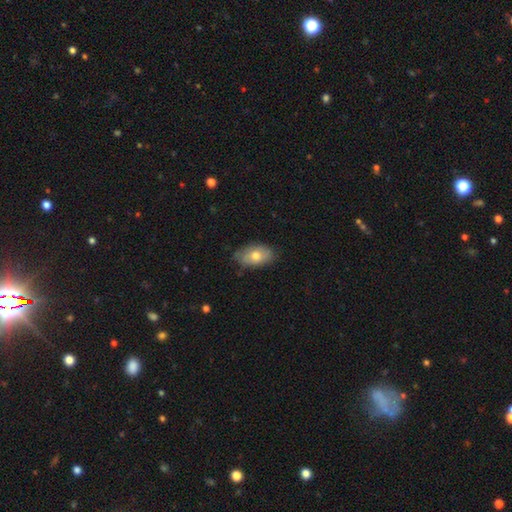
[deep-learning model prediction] smooth_or_featured: smooth (p=0.70) [alt: featured or disk p=0.24]
how_rounded: in between (p=0.91) [alt: round p=0.07]
merging: none (p=0.74) [alt: minor disturbance p=0.22]